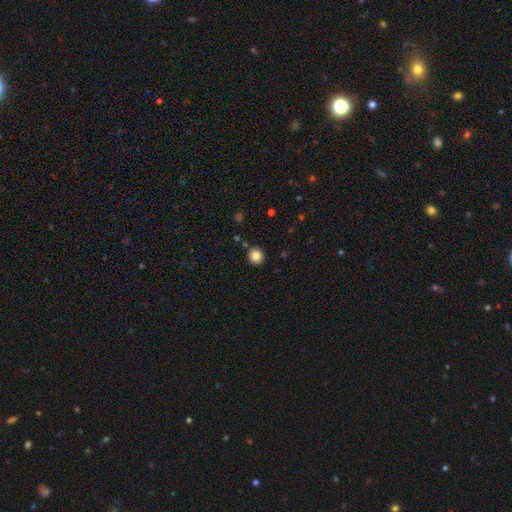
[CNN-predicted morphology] Smooth or featured? Predicted: smooth (p=0.83). How rounded? Predicted: round (p=0.93). Merging? Predicted: none (p=0.90).